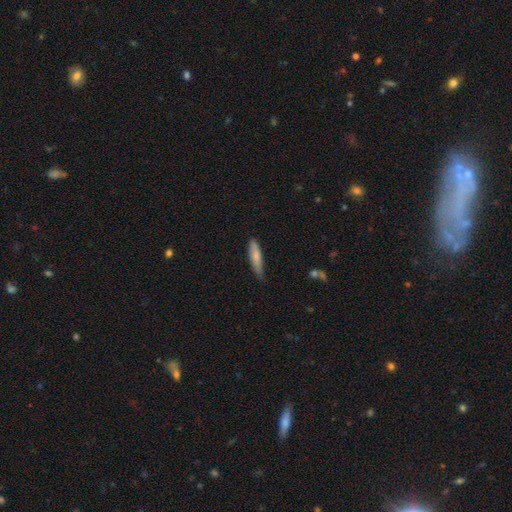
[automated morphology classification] Smooth or featured? smooth (79%)
How rounded? cigar-shaped (79%)
Merging? none (69%)